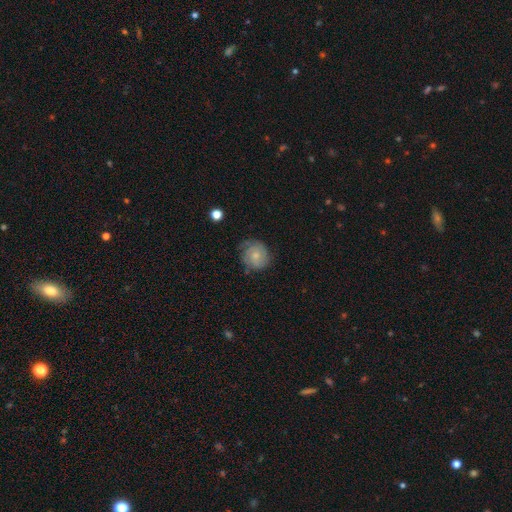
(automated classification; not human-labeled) Smooth or featured? Predicted: smooth (p=0.47). Merging? Predicted: none (p=0.64).